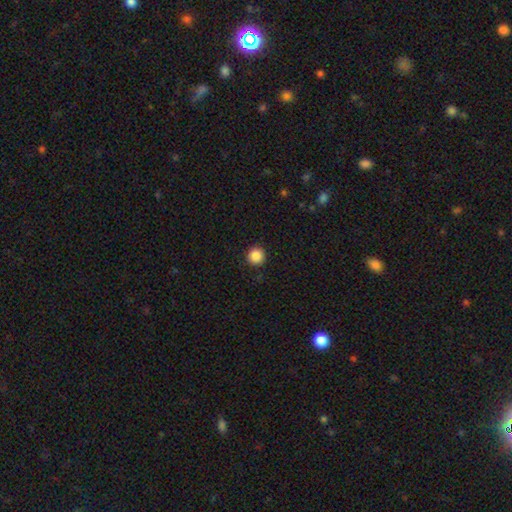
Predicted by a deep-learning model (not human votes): A smooth galaxy with no disk features (87%) that is round (96%).

Vote fractions:
- Smooth or featured? smooth: 87% / star or artifact: 10% / featured or disk: 3%
- How rounded? round: 96% / in between: 3% / cigar-shaped: 1%
- Merging? none: 93% / minor disturbance: 4% / major disturbance: 2% / merger: 1%